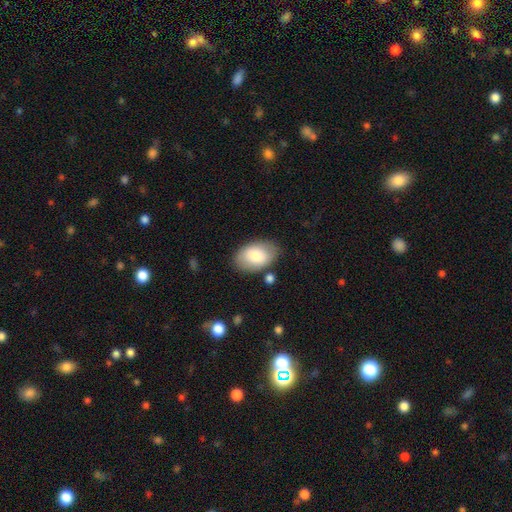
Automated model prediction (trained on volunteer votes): A smooth galaxy with no disk features (77%) that is in between round and cigar-shaped (90%). Merging: none (79%).